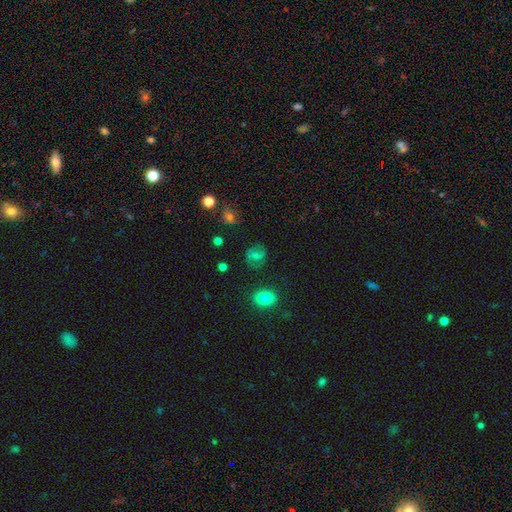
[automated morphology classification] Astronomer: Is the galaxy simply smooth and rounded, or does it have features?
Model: smooth — 52% (runner-up: featured or disk, 33%).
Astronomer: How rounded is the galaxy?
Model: round — 64%.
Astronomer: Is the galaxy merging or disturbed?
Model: none — 74%.